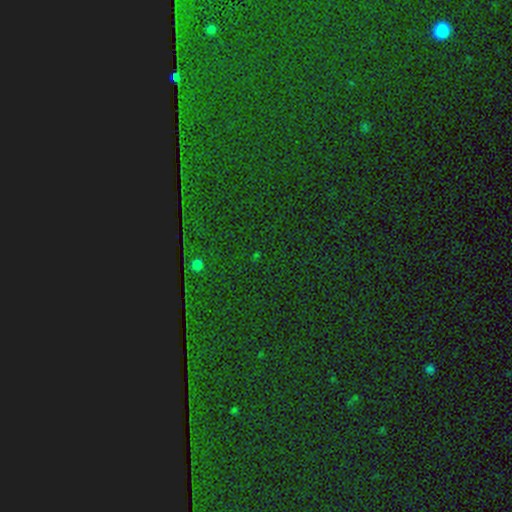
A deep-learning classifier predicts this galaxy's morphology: Smooth or featured?
  - star or artifact: 85% *
  - smooth: 8%
  - featured or disk: 7%